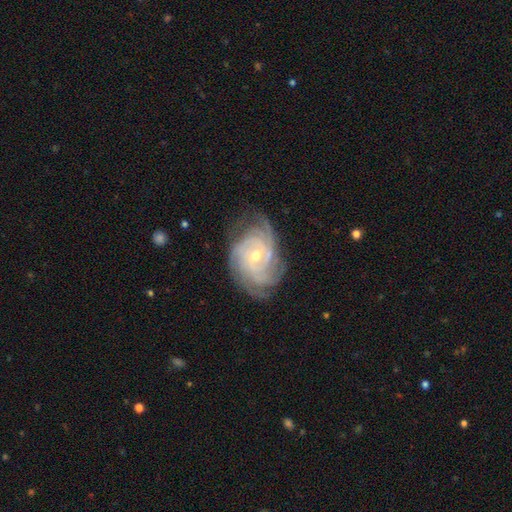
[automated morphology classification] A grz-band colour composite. It shows a featured or disk galaxy (89%) with no bar (65%), 4 (30%) tight (73%) spiral arms (98%) and a small central bulge (49%). Merging: none (73%).